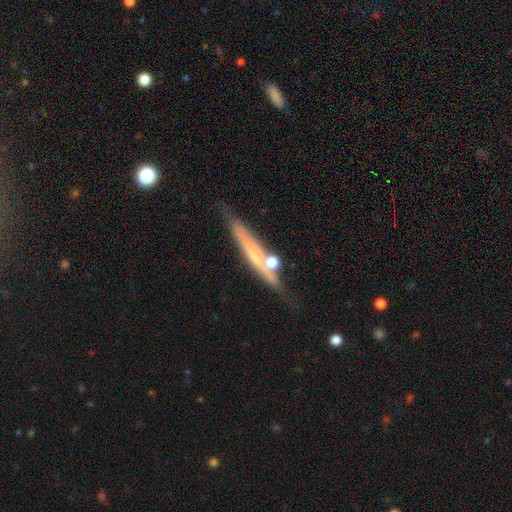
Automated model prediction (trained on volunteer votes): Smooth or featured?
  - featured or disk: 53% *
  - smooth: 38%
  - star or artifact: 8%
Edge-on disk?
  - yes: 86% *
  - no: 14%
Merging?
  - none: 65% *
  - minor disturbance: 18%
  - merger: 12%
  - major disturbance: 6%